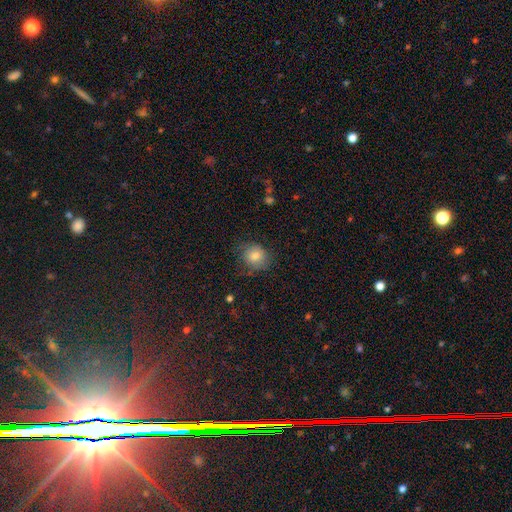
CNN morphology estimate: type=smooth (77%); roundness=round (76%); merging=none (72%).